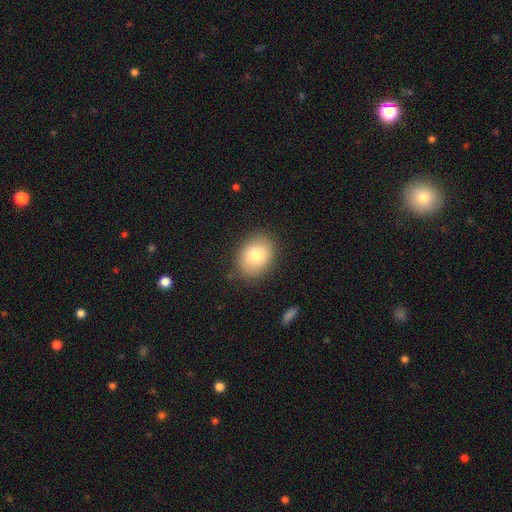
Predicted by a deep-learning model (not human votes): smooth-or-featured: smooth: 78% | featured or disk: 13% | star or artifact: 9%
  how-rounded: in between: 55% | round: 44% | cigar-shaped: 1%
  merging: none: 86% | minor disturbance: 10% | major disturbance: 3% | merger: 1%